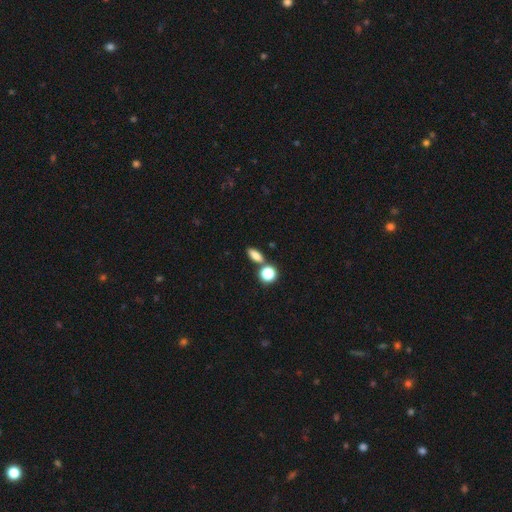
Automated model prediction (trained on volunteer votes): This is clearly a smooth galaxy (80%). How rounded: likely in between (71%). Merging: likely none (71%).